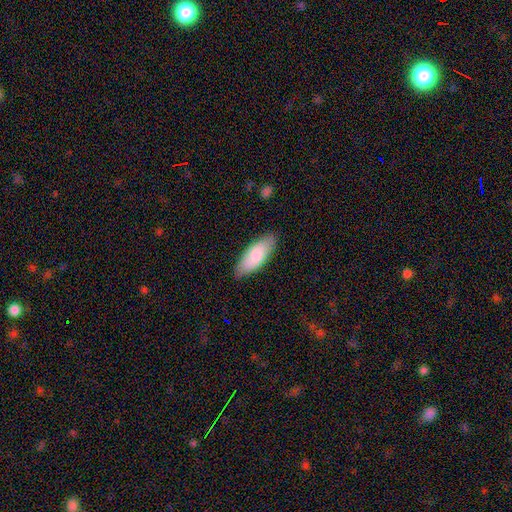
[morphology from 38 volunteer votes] A smooth galaxy with no disk features (82%) that is in between round and cigar-shaped (94%).

Vote fractions:
- Smooth or featured? smooth: 82% / featured or disk: 11% / star or artifact: 8%
- How rounded? in between: 94% / cigar-shaped: 6% / round: 0%
- Merging? none: 80% / minor disturbance: 14% / major disturbance: 6% / merger: 0%